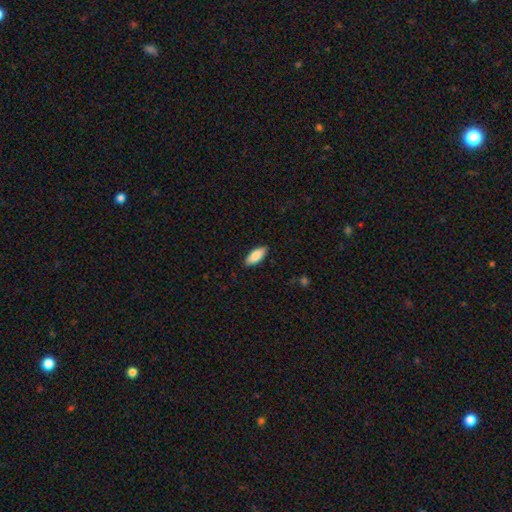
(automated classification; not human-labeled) Smooth or featured? Predicted: smooth (p=0.87). How rounded? Predicted: in between (p=0.81). Merging? Predicted: none (p=0.89).